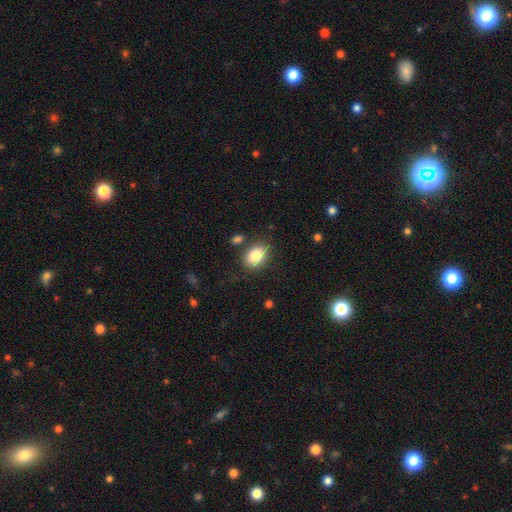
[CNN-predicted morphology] The model was most divided on "how rounded": in between: 75%, round: 24%, cigar-shaped: 1%. More confident: smooth or featured — smooth (84%); merging — none (76%).